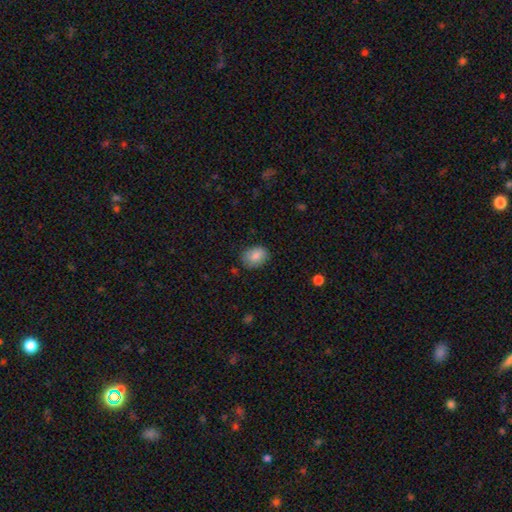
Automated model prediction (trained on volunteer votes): A smooth galaxy with no disk features (85%) that is in between round and cigar-shaped (68%). Merging: none (79%).